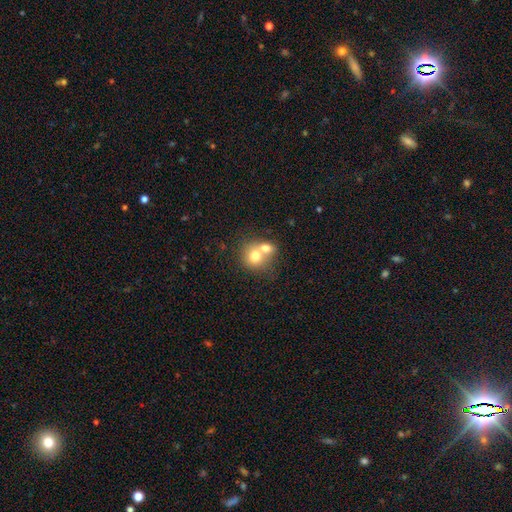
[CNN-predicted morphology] A smooth galaxy with no disk features (72%) that is round (74%).

Vote fractions:
- Smooth or featured? smooth: 72% / featured or disk: 19% / star or artifact: 9%
- How rounded? round: 74% / in between: 25% / cigar-shaped: 1%
- Merging? merger: 64% / none: 27% / minor disturbance: 6% / major disturbance: 3%